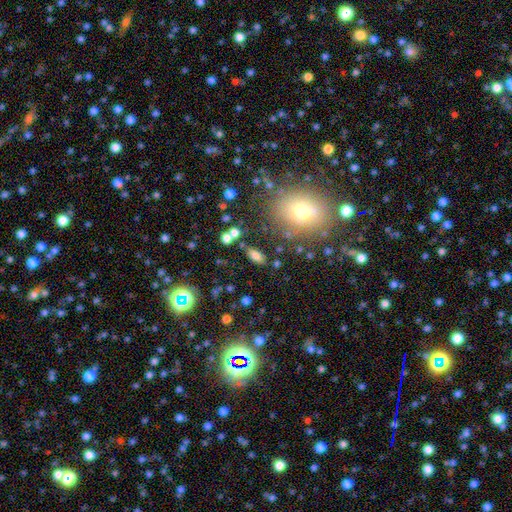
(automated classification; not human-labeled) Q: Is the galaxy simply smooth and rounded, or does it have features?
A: smooth — 75%.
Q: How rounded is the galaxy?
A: in between — 85%.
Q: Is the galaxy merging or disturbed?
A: none — 79%.